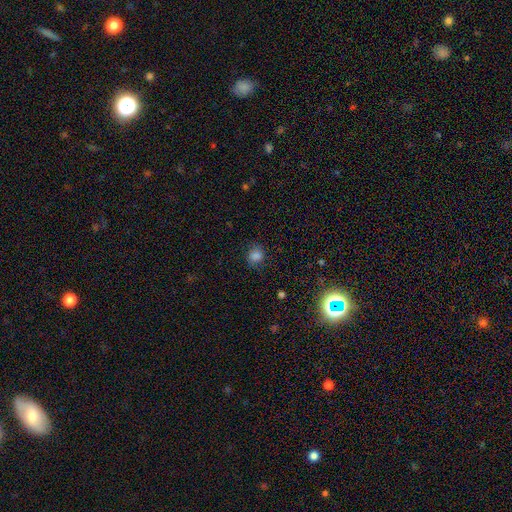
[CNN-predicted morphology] Smooth or featured? Predicted: smooth (p=0.80). How rounded? Predicted: round (p=0.70). Merging? Predicted: none (p=0.79).